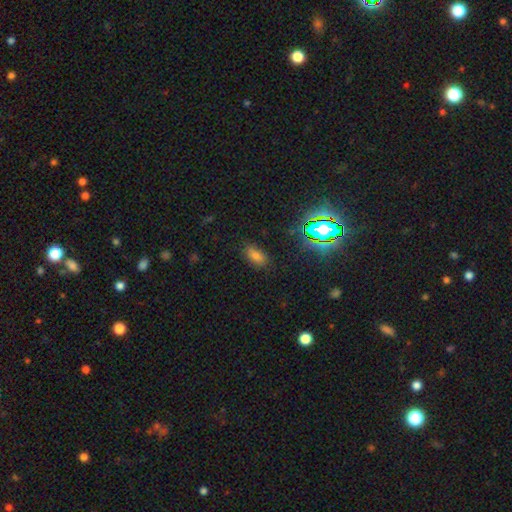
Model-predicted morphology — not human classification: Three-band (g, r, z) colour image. It shows a smooth galaxy with no disk features (70%) that is in between round and cigar-shaped (88%). Merging: none (82%).